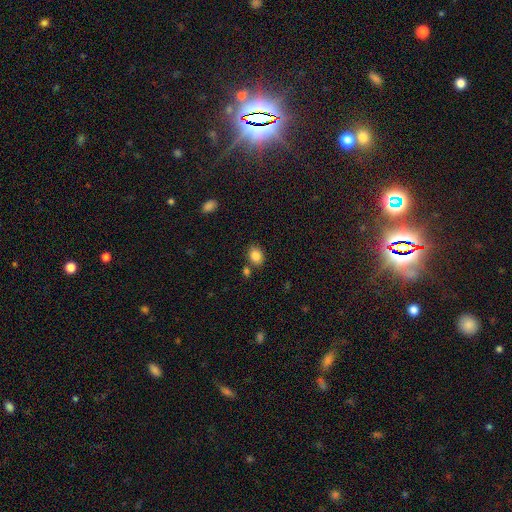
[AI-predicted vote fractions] Smooth or featured? Predicted: smooth (p=0.85). How rounded? Predicted: in between (p=0.67). Merging? Predicted: none (p=0.76).